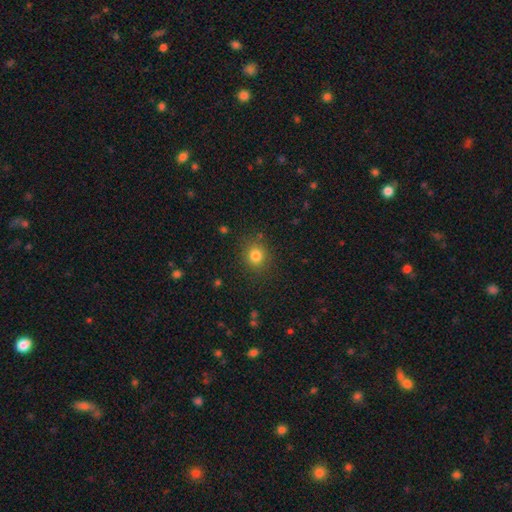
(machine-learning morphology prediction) type=smooth (81%); roundness=round (80%); merging=none (86%).